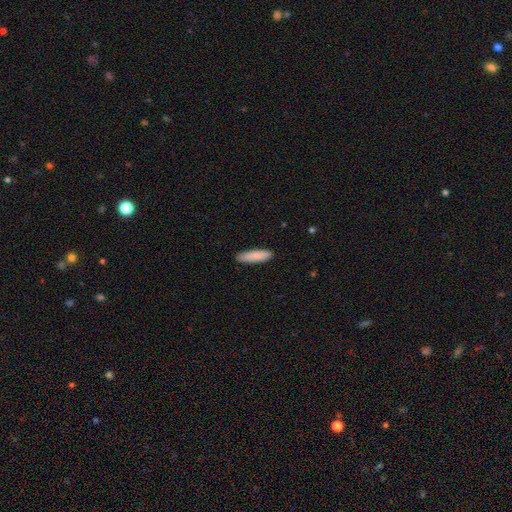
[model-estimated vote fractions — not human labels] This is clearly a smooth galaxy (86%). How rounded: likely cigar-shaped (70%). Merging: clearly none (90%).